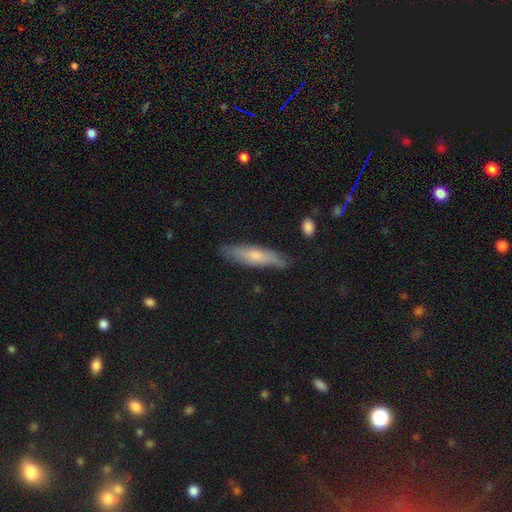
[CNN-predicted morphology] A smooth galaxy with no disk features (61%) that is cigar-shaped (75%).

Vote fractions:
- Smooth or featured? smooth: 61% / featured or disk: 33% / star or artifact: 6%
- How rounded? cigar-shaped: 75% / in between: 23% / round: 2%
- Merging? none: 79% / minor disturbance: 17% / major disturbance: 3% / merger: 2%